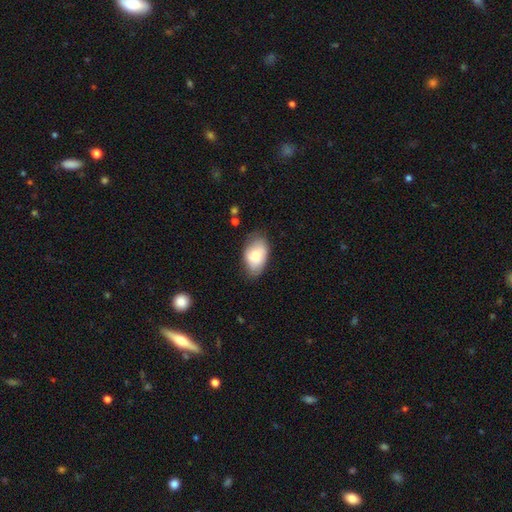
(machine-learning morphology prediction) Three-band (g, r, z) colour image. It shows a smooth galaxy with no disk features (72%) that is in between round and cigar-shaped (90%). Merging: none (68%).